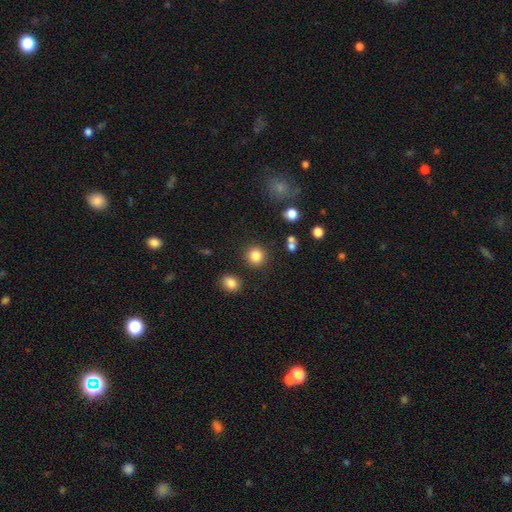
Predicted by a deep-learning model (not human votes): Smooth or featured? Predicted: smooth (p=0.84). How rounded? Predicted: round (p=0.90). Merging? Predicted: none (p=0.88).